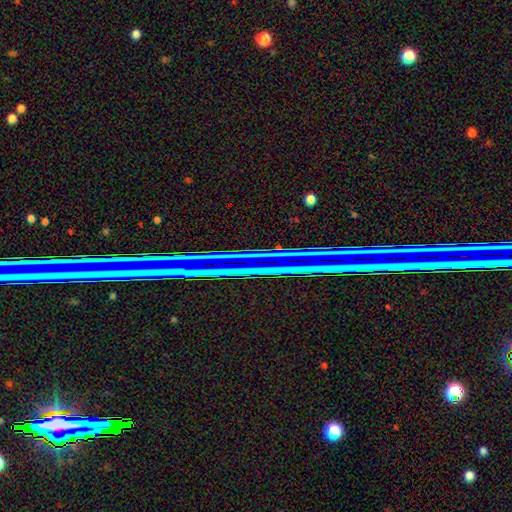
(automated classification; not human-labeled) Morphology: type=star or artifact (79%).